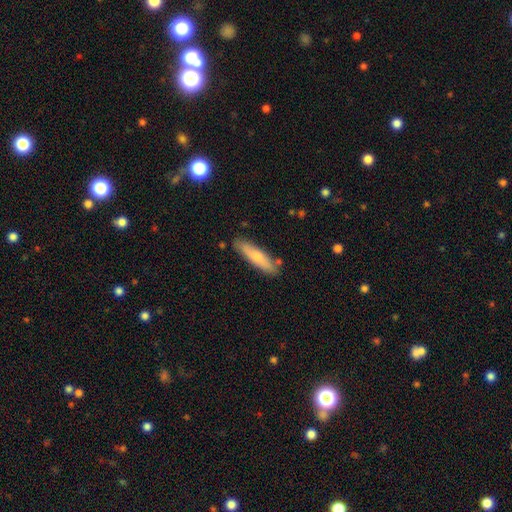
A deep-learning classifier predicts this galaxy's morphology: This appears to be a smooth galaxy with no disk features (65%) that is cigar-shaped (74%). Merging: none (82%).